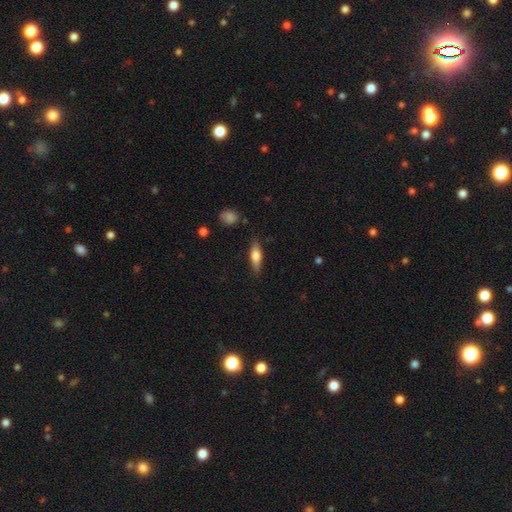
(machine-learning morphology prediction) A smooth galaxy with no disk features (54%) that is cigar-shaped (53%).

Vote fractions:
- Smooth or featured? smooth: 54% / featured or disk: 39% / star or artifact: 7%
- How rounded? cigar-shaped: 53% / in between: 43% / round: 3%
- Merging? none: 84% / minor disturbance: 12% / major disturbance: 3% / merger: 2%